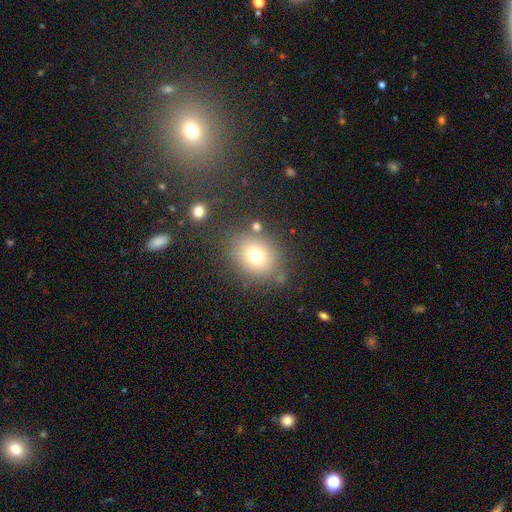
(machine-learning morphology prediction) This is likely a smooth galaxy (72%). How rounded: likely round (65%). Merging: likely none (76%).